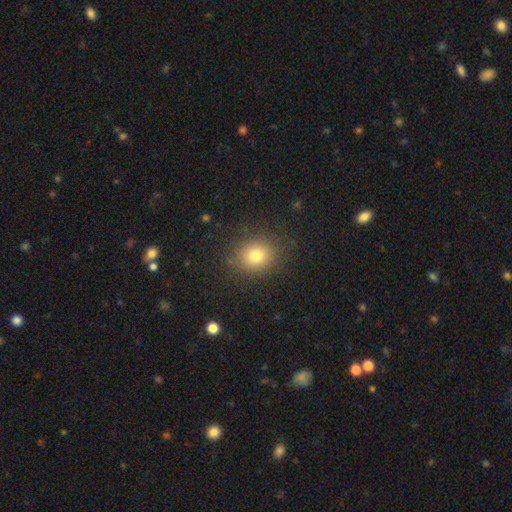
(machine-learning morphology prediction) This appears to be a smooth galaxy with no disk features (78%) that is round (76%). Merging: none (87%).